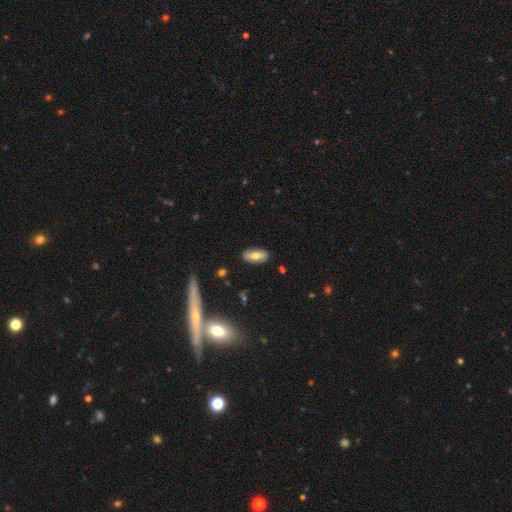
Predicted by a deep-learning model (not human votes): Smooth or featured? smooth (67%)
How rounded? in between (84%)
Merging? none (86%)